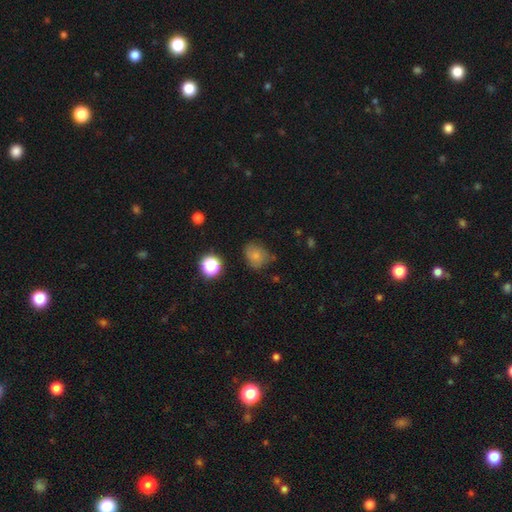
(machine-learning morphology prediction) smooth-or-featured: smooth: 71% | featured or disk: 15% | star or artifact: 14%
  how-rounded: round: 58% | in between: 41% | cigar-shaped: 1%
  merging: none: 59% | minor disturbance: 30% | major disturbance: 8% | merger: 3%